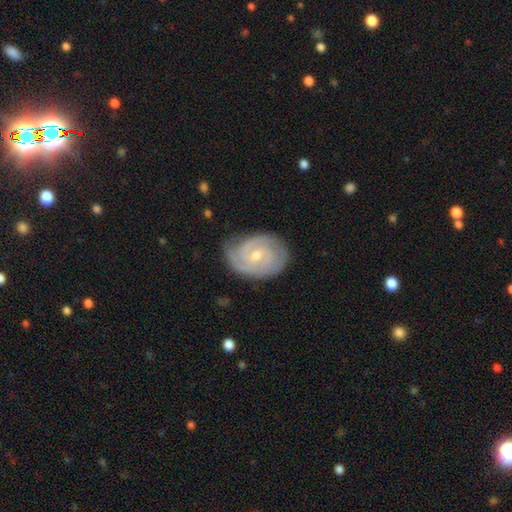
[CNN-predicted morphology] A featured or disk galaxy (84%) with no bar (55%), 2 (42%) tight (70%) spiral arms (96%) and a small central bulge (52%).

Vote fractions:
- Smooth or featured? featured or disk: 84% / smooth: 11% / star or artifact: 5%
- Edge-on disk? no: 97% / yes: 3%
- Bar? no: 55% / weak: 38% / strong: 6%
- Spiral arms? yes: 96% / no: 4%
- Spiral winding? tight: 70% / medium: 25% / loose: 5%
- Spiral arm count? 2: 42% / 3: 25% / can't tell: 20% / 4: 5% / 1: 4% / more than 4: 3%
- Bulge size? small: 52% / moderate: 45% / none: 1% / large: 1% / dominant: 1%
- Merging? none: 76% / minor disturbance: 19% / major disturbance: 4% / merger: 1%